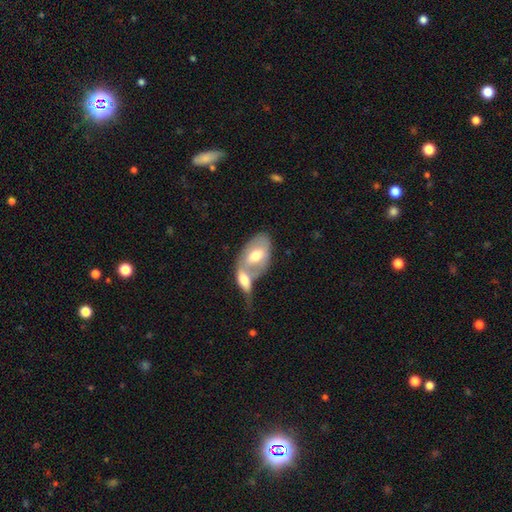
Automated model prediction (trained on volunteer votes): Q: Smooth or featured?
A: smooth (55%); runner-up: featured or disk (40%)
Q: How rounded?
A: in between (92%); runner-up: round (6%)
Q: Merging?
A: merger (65%); runner-up: none (21%)